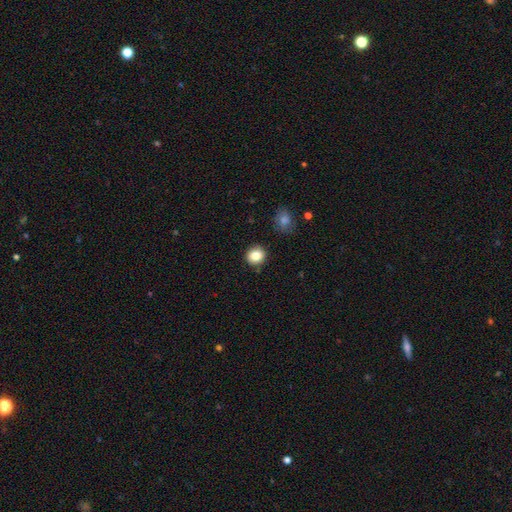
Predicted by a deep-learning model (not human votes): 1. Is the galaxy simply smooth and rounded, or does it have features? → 84% smooth, 10% star or artifact, 6% featured or disk.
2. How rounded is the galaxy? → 87% round, 12% in between, 1% cigar-shaped.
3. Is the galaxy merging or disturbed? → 87% none, 8% minor disturbance, 2% merger, 2% major disturbance.